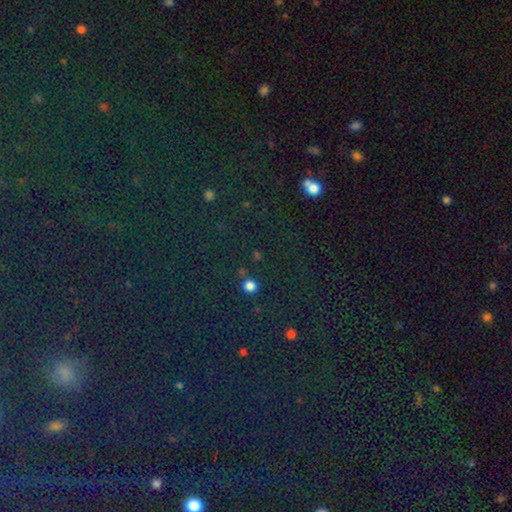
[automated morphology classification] A star or artifact, not a galaxy (80%).

Vote fractions:
- Smooth or featured? star or artifact: 80% / smooth: 12% / featured or disk: 8%